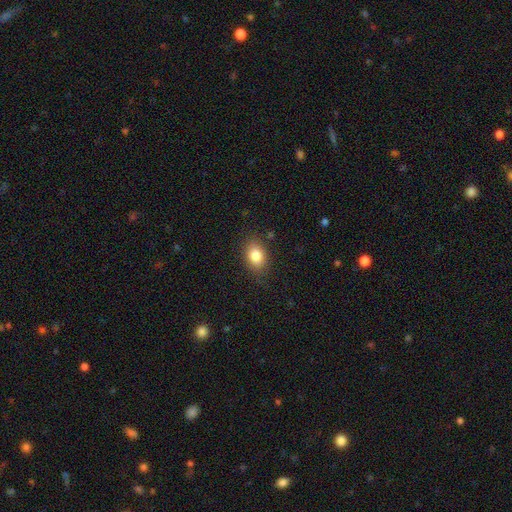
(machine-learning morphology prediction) Overall: smooth (83%). How rounded: in between (75%). Merging: none (82%).